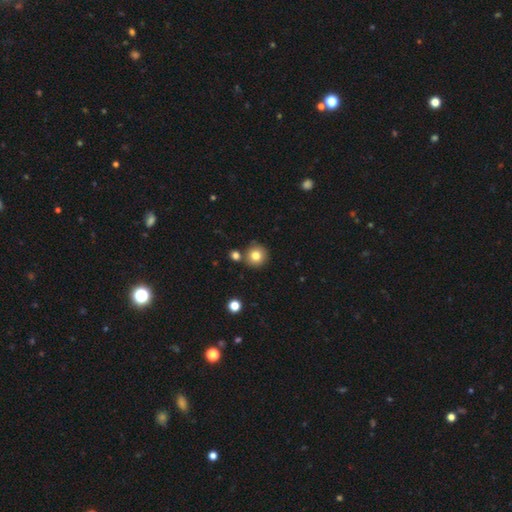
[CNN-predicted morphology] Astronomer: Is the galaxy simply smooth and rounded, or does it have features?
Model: smooth — 80%.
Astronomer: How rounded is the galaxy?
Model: round — 93%.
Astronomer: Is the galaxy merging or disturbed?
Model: none — 79%.